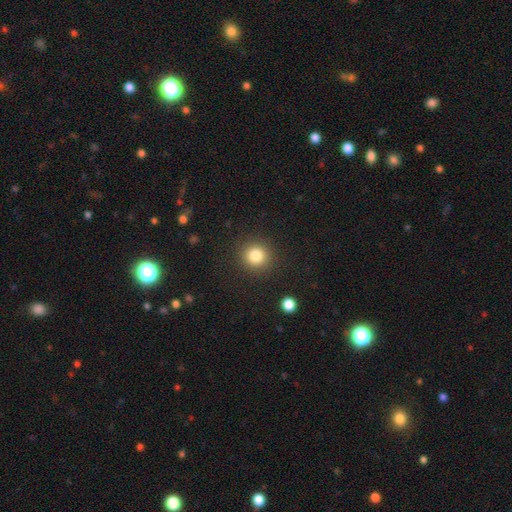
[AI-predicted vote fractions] Smooth or featured? Predicted: smooth (p=0.82). How rounded? Predicted: round (p=0.92). Merging? Predicted: none (p=0.90).